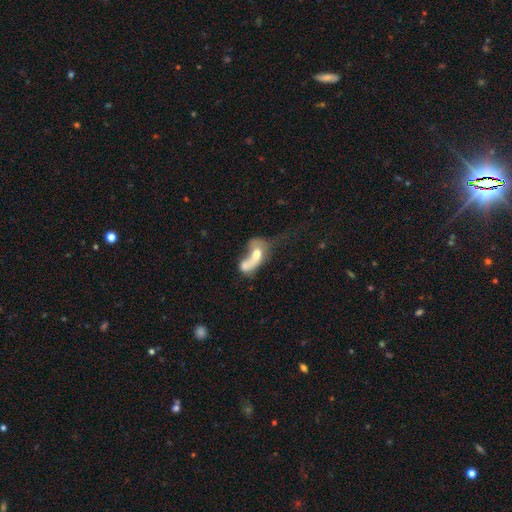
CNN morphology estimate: This is possibly a smooth galaxy (54%). How rounded: likely in between (74%). Merging: likely merger (61%).